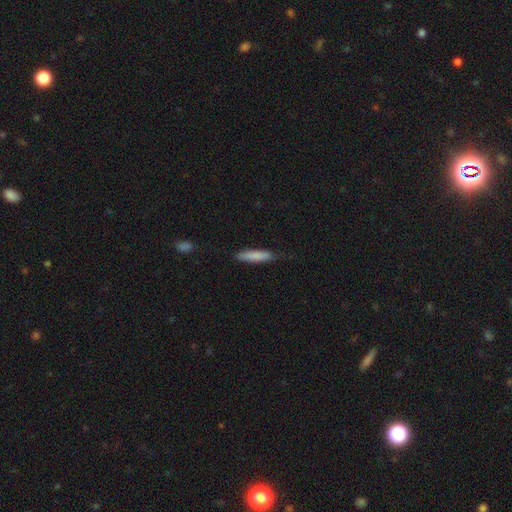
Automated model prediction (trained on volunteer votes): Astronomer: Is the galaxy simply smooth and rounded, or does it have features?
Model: smooth — 83%.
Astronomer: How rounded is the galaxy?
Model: cigar-shaped — 82%.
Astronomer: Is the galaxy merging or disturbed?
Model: none — 77%.